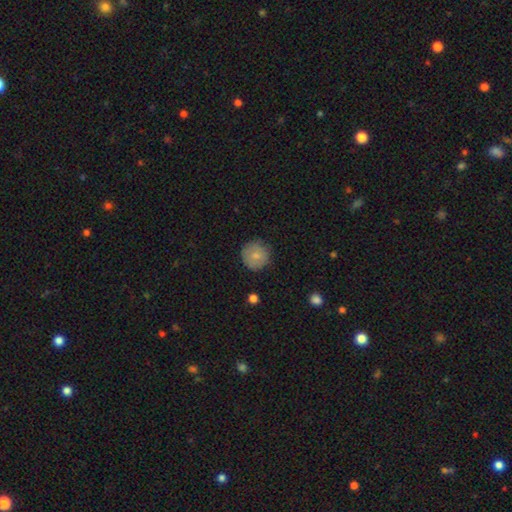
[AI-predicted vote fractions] The model was most divided on "smooth or featured": smooth: 76%, featured or disk: 16%, star or artifact: 8%. More confident: how rounded — round (93%); merging — none (83%).